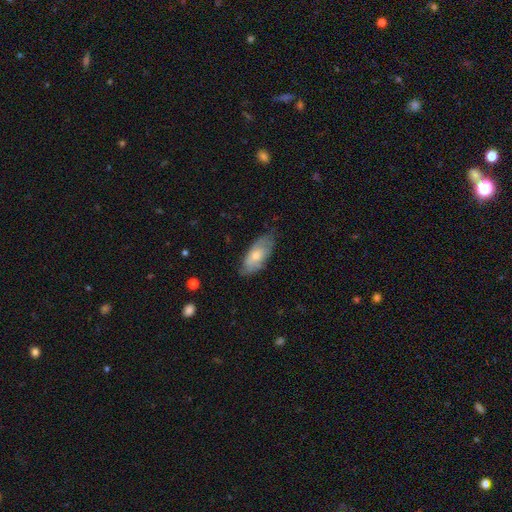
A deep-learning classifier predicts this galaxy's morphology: Smooth or featured? Predicted: smooth (p=0.56). How rounded? Predicted: in between (p=0.84). Merging? Predicted: none (p=0.70).